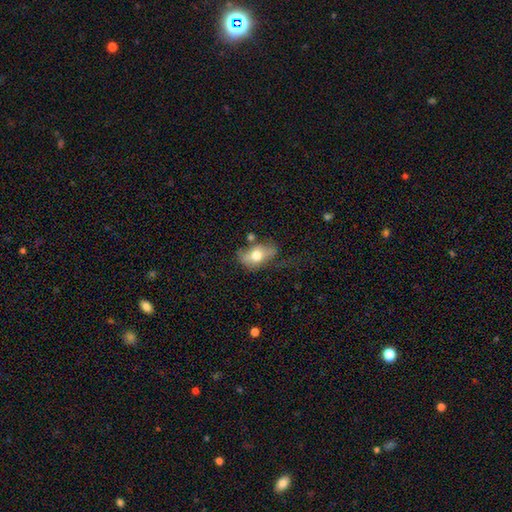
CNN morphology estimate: Smooth or featured: smooth — 63% (featured or disk — 29%)
How rounded: in between — 85% (round — 12%)
Merging: none — 40% (minor disturbance — 29%)